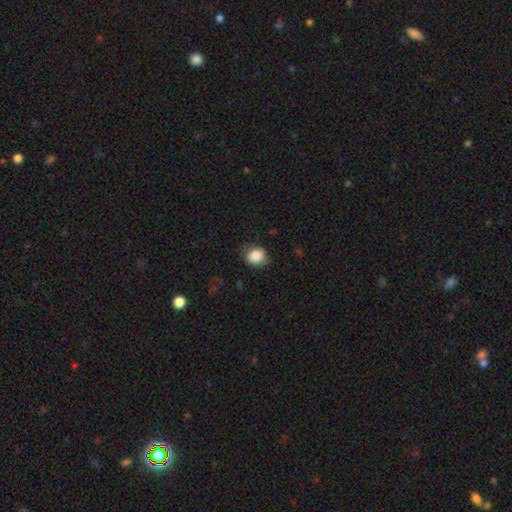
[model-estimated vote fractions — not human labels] Smooth or featured?
  - smooth: 87% *
  - star or artifact: 8%
  - featured or disk: 5%
How rounded?
  - round: 72% *
  - in between: 27%
  - cigar-shaped: 1%
Merging?
  - none: 75% *
  - minor disturbance: 19%
  - major disturbance: 5%
  - merger: 1%